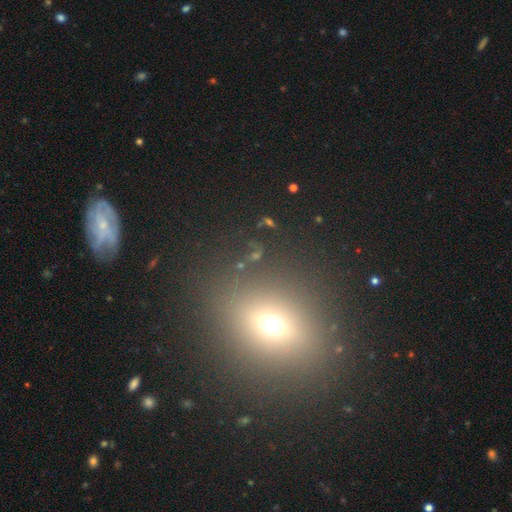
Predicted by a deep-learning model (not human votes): Morphology: type=smooth (46%); merging=none (78%).